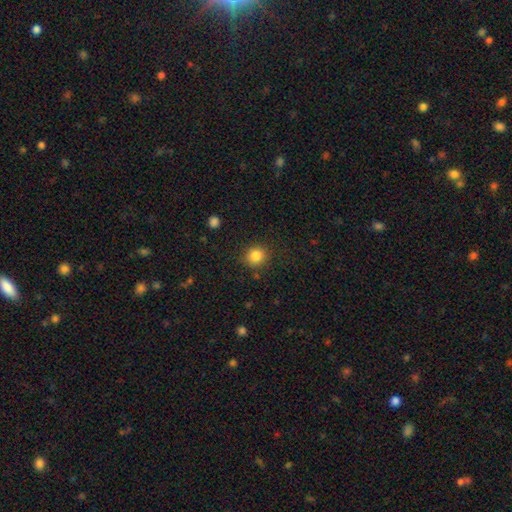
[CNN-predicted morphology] type=smooth (85%); roundness=round (87%); merging=none (86%).